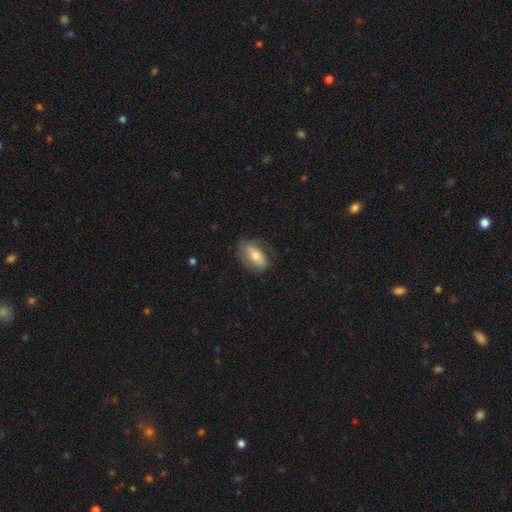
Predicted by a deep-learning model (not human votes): Morphology: type=smooth (64%); roundness=in between (88%); merging=none (71%).